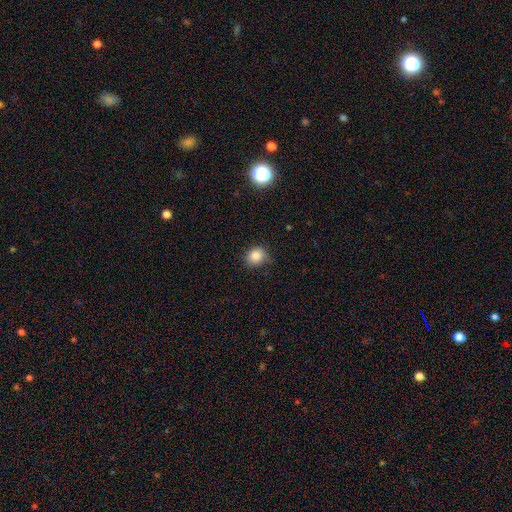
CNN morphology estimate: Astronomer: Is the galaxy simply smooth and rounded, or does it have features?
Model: smooth — 84%.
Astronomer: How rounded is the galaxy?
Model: round — 77%.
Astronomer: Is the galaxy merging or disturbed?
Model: none — 75%.